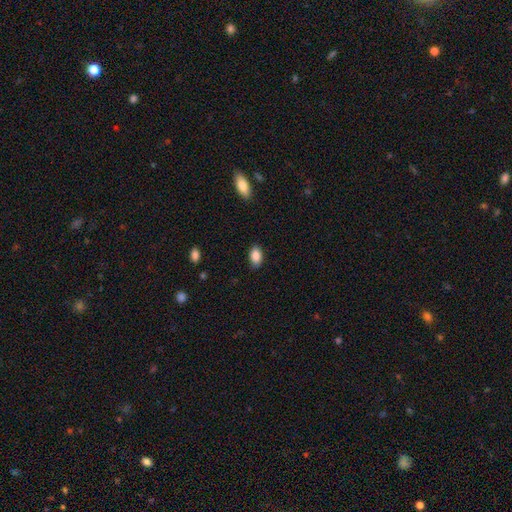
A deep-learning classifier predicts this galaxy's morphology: smooth_or_featured: smooth (p=0.87) [alt: star or artifact p=0.07]
how_rounded: in between (p=0.91) [alt: round p=0.07]
merging: none (p=0.85) [alt: minor disturbance p=0.11]